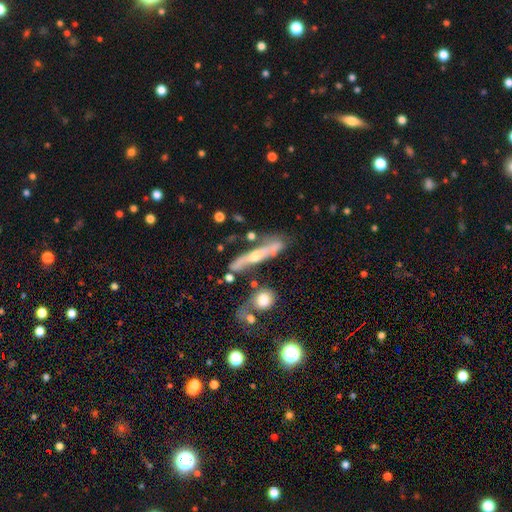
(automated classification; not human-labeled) This is likely a featured or disk galaxy (66%). It is likely viewed edge-on (75%). Merging: likely none (65%).